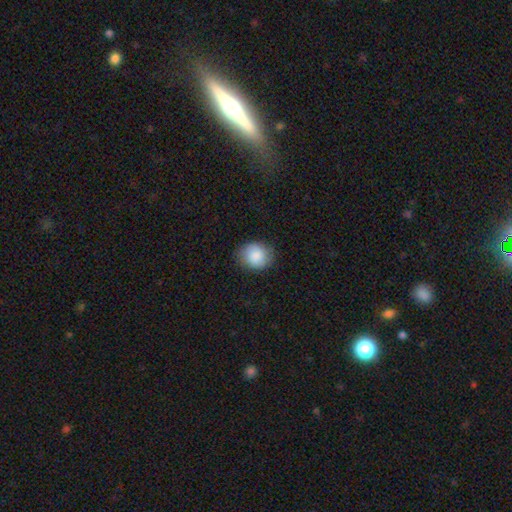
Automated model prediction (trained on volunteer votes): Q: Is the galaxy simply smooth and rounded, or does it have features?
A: smooth — 84%.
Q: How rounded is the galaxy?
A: round — 68%.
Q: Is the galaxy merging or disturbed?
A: none — 79%.